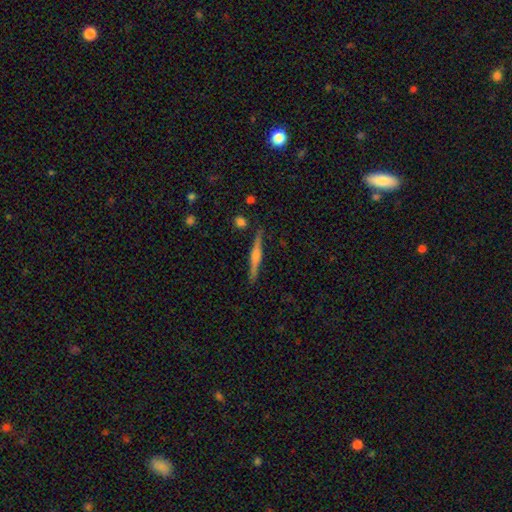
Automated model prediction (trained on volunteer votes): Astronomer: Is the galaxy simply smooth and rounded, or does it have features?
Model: featured or disk — 67%.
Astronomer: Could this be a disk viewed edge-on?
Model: yes — 98%.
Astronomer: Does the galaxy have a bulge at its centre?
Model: rounded — 70%.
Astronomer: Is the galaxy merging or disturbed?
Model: none — 89%.